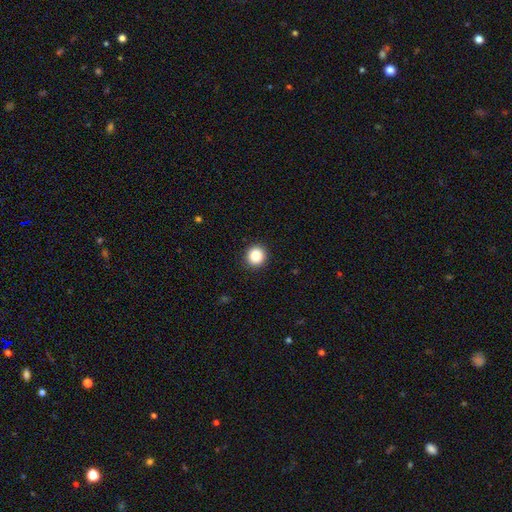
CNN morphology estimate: A smooth galaxy with no disk features (85%) that is round (92%). Merging: none (93%).